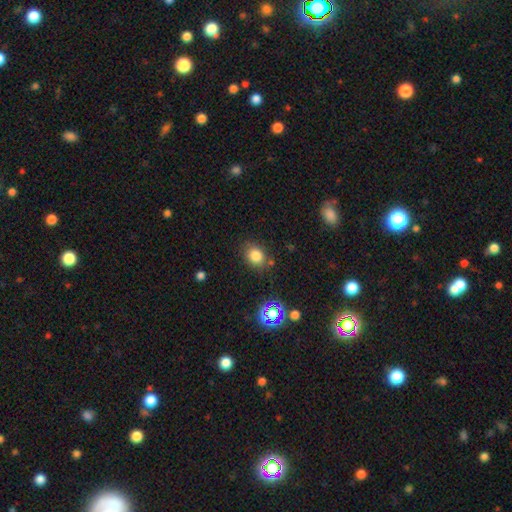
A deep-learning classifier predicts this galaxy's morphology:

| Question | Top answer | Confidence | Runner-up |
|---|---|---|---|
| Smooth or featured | smooth | 80% | star or artifact (13%) |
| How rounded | round | 50% | in between (49%) |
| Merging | none | 79% | minor disturbance (14%) |